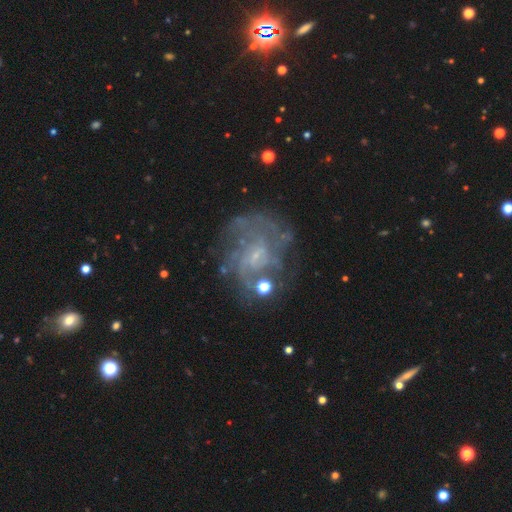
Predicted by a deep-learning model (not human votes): Smooth or featured: featured or disk — 73% (star or artifact — 13%)
Edge-on disk: no — 98% (yes — 2%)
Bar: no — 58% (weak — 36%)
Spiral arms: yes — 77% (no — 23%)
Spiral winding: medium — 40% (tight — 39%)
Spiral arm count: can't tell — 47% (2 — 15%)
Bulge size: small — 59% (none — 26%)
Merging: none — 61% (minor disturbance — 17%)